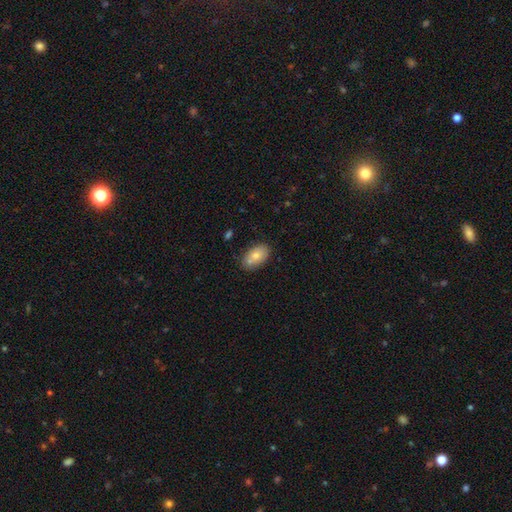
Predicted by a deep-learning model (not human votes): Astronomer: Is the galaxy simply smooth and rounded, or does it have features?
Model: smooth — 75%.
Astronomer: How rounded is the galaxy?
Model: in between — 91%.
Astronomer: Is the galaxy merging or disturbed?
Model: none — 67%.